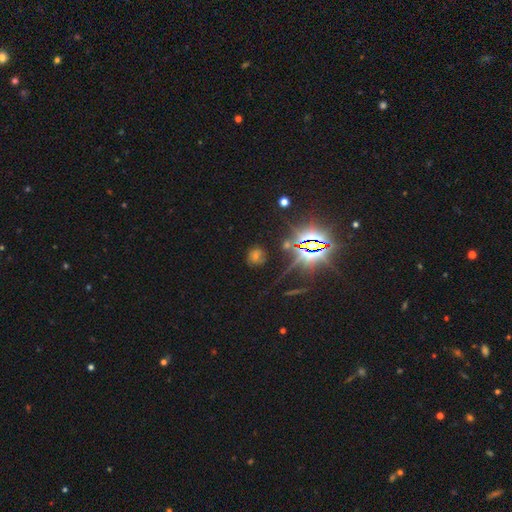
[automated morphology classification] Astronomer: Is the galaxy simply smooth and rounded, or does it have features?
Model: star or artifact — 58%.